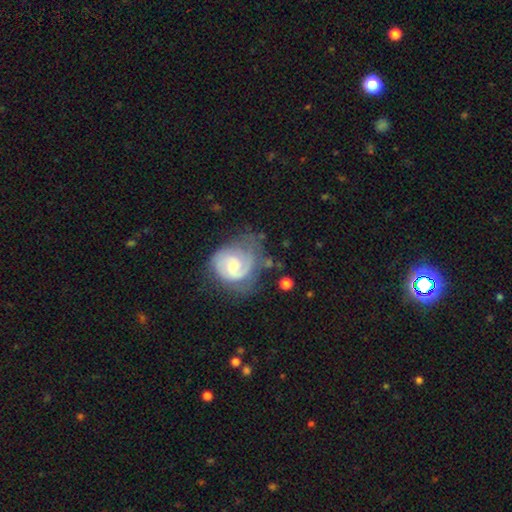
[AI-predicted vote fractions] Smooth or featured? Predicted: featured or disk (p=0.57). Edge-on disk? Predicted: no (p=0.97). Bar? Predicted: no (p=0.56). Spiral arms? Predicted: yes (p=0.76). Bulge size? Predicted: moderate (p=0.50). Merging? Predicted: none (p=0.49).